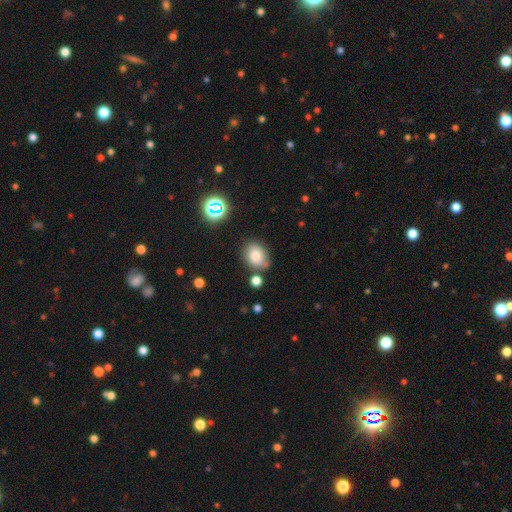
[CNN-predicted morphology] Q: Smooth or featured?
A: smooth (79%); runner-up: star or artifact (12%)
Q: How rounded?
A: in between (60%); runner-up: round (39%)
Q: Merging?
A: none (69%); runner-up: minor disturbance (19%)